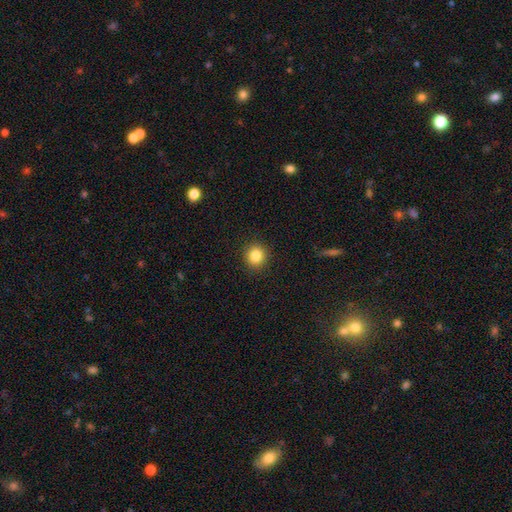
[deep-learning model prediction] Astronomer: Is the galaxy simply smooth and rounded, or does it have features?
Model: smooth — 85%.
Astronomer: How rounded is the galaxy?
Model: round — 88%.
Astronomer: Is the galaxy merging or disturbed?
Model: none — 91%.